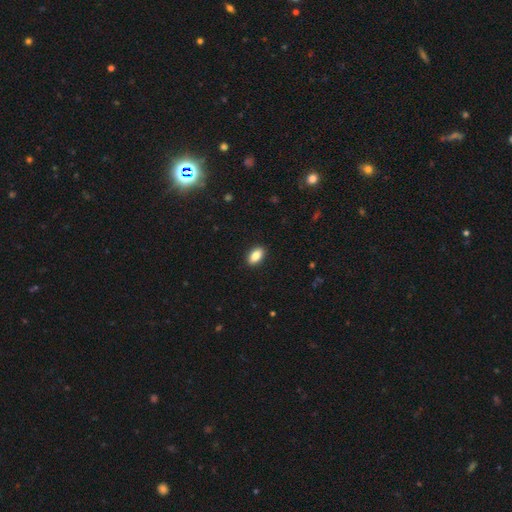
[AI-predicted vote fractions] This appears to be a smooth galaxy with no disk features (86%) that is in between round and cigar-shaped (91%). Merging: none (90%).